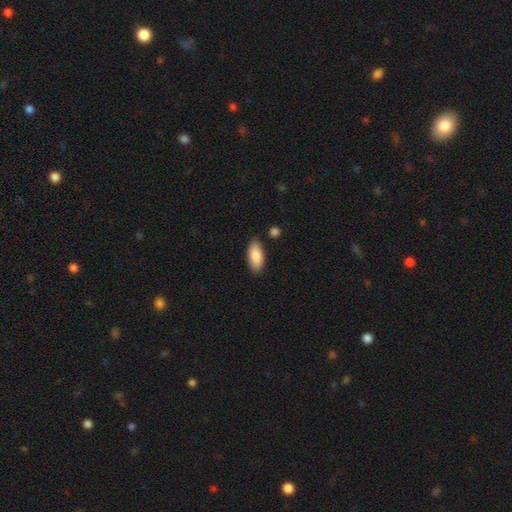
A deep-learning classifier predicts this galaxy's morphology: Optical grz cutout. It shows a smooth galaxy with no disk features (87%) that is in between round and cigar-shaped (87%). Merging: none (84%).